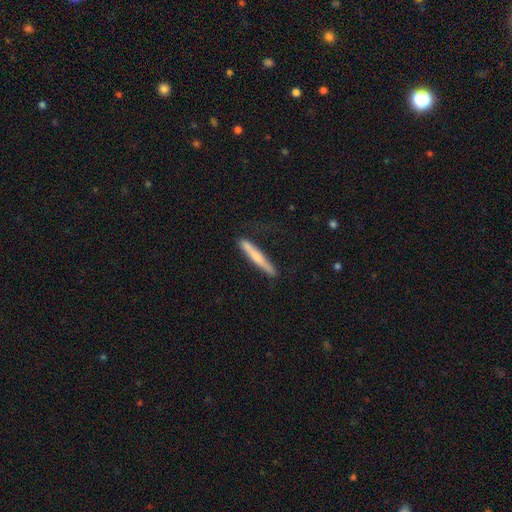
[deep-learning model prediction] Smooth or featured? Predicted: smooth (p=0.56). How rounded? Predicted: cigar-shaped (p=0.95). Merging? Predicted: none (p=0.82).